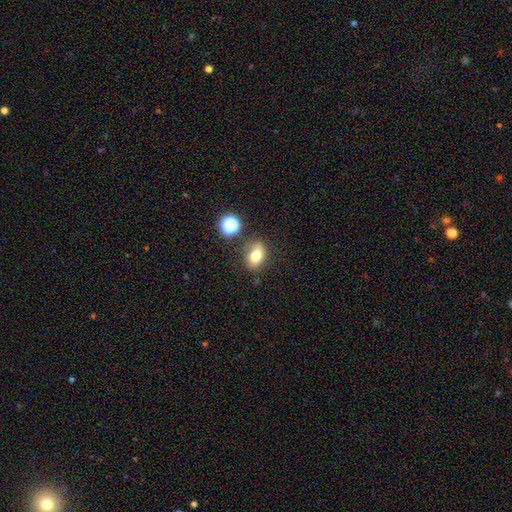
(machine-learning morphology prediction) smooth 73%, featured or disk 15%, star or artifact 12%. Down the decision tree: how rounded — in between (73%); merging — none (78%).